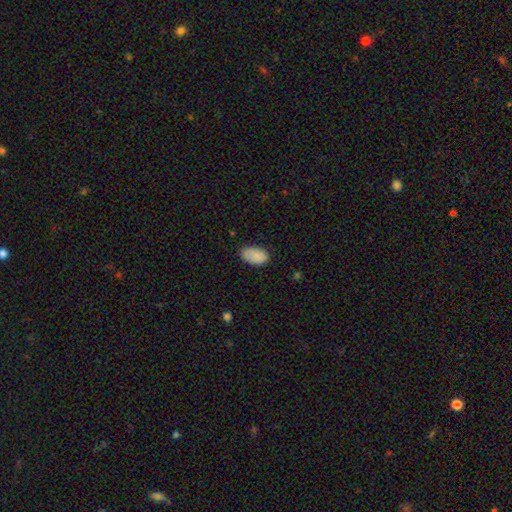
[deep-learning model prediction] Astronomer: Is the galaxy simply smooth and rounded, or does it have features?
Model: smooth — 87%.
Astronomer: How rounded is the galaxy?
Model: in between — 94%.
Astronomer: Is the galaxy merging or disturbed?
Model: none — 75%.